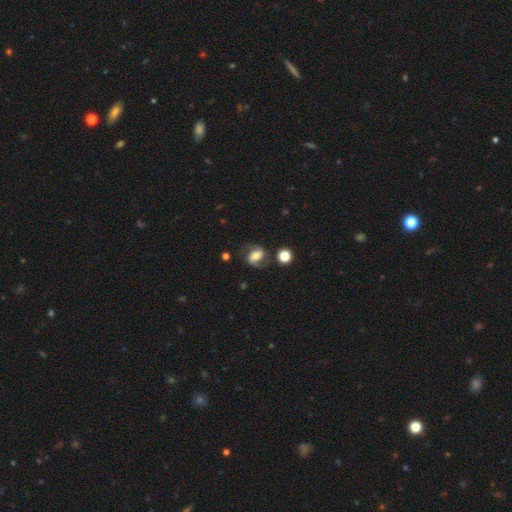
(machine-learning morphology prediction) type=featured or disk (58%); edge-on=no (96%); bar=weak (37%); spiral arms=yes (86%); bulge=moderate (51%); merging=none (68%).